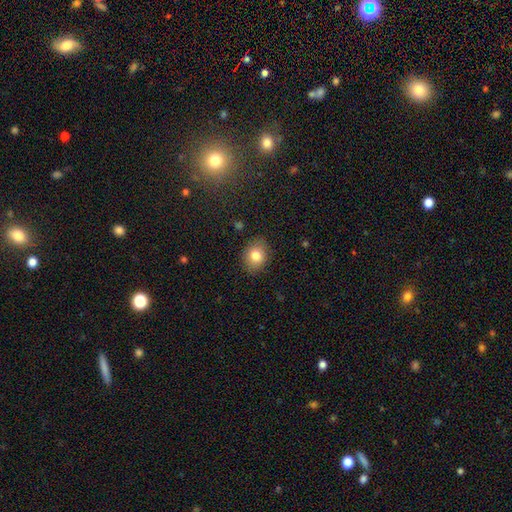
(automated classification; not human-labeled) The model was most divided on "how rounded": round: 50%, in between: 49%, cigar-shaped: 1%. More confident: merging — none (86%); smooth or featured — smooth (81%).